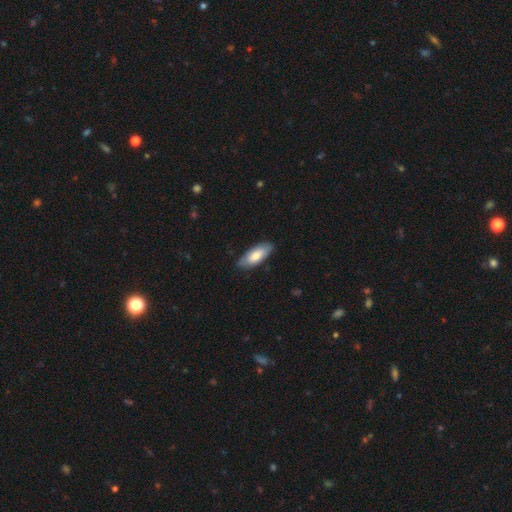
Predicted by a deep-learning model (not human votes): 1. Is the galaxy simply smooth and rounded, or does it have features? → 74% smooth, 21% featured or disk, 5% star or artifact.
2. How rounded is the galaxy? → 80% in between, 18% cigar-shaped, 2% round.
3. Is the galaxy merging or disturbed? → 83% none, 14% minor disturbance, 2% major disturbance, 1% merger.